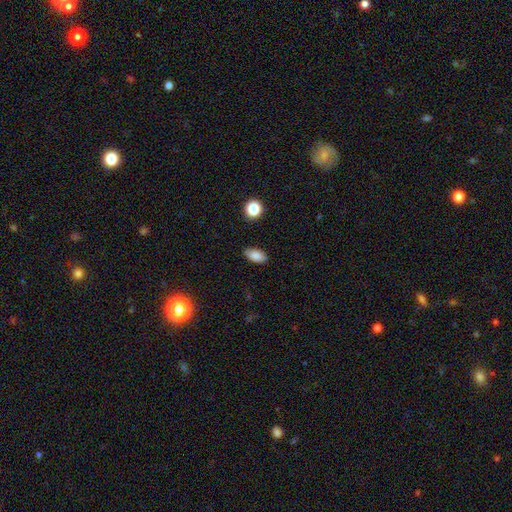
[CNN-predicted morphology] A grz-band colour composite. It shows a smooth galaxy with no disk features (85%) that is in between round and cigar-shaped (91%). Merging: none (86%).